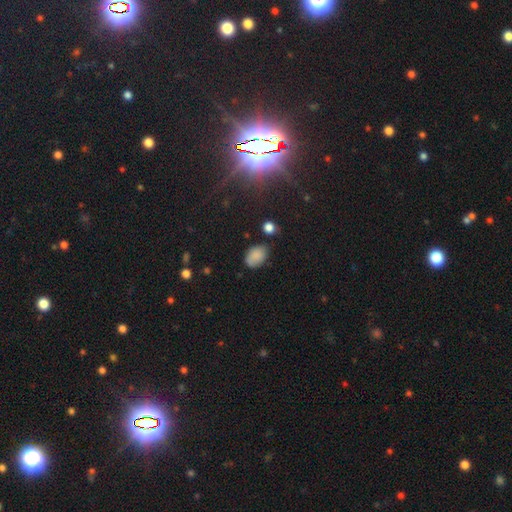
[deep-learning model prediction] Smooth or featured? smooth (83%)
How rounded? in between (83%)
Merging? none (70%)